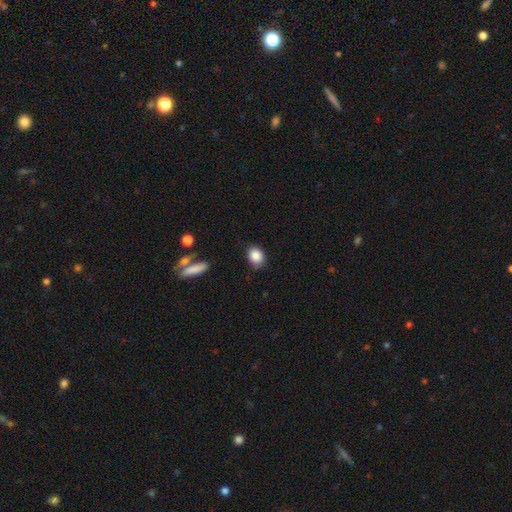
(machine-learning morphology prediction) A smooth galaxy with no disk features (87%) that is in between round and cigar-shaped (62%).

Vote fractions:
- Smooth or featured? smooth: 87% / star or artifact: 8% / featured or disk: 5%
- How rounded? in between: 62% / round: 36% / cigar-shaped: 1%
- Merging? none: 79% / minor disturbance: 15% / major disturbance: 3% / merger: 2%